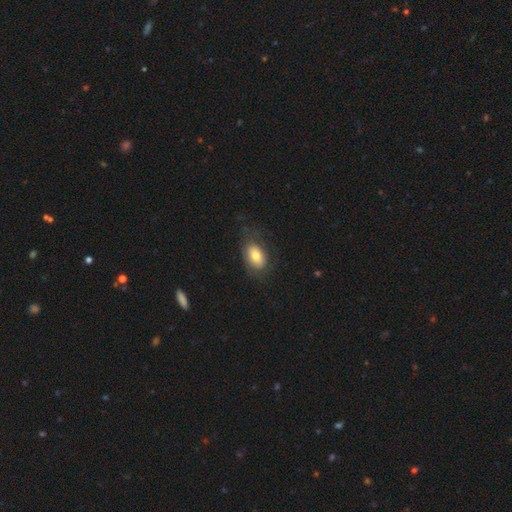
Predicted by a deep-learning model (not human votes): A smooth galaxy with no disk features (71%) that is in between round and cigar-shaped (89%). Merging: none (62%).